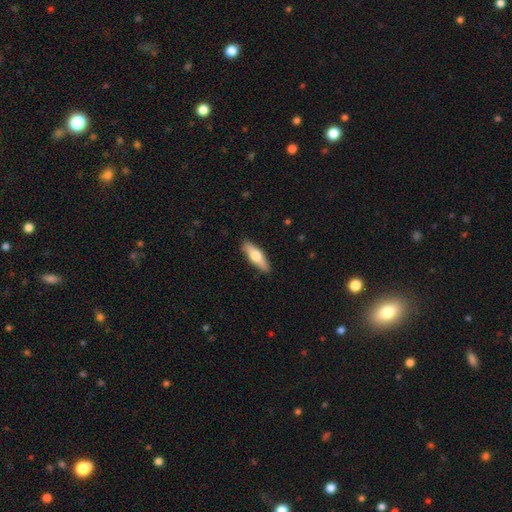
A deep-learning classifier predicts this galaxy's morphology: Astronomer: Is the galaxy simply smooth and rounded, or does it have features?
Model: smooth — 57% (runner-up: featured or disk, 38%).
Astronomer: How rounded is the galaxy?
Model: cigar-shaped — 53% (runner-up: in between, 44%).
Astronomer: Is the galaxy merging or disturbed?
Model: none — 89%.